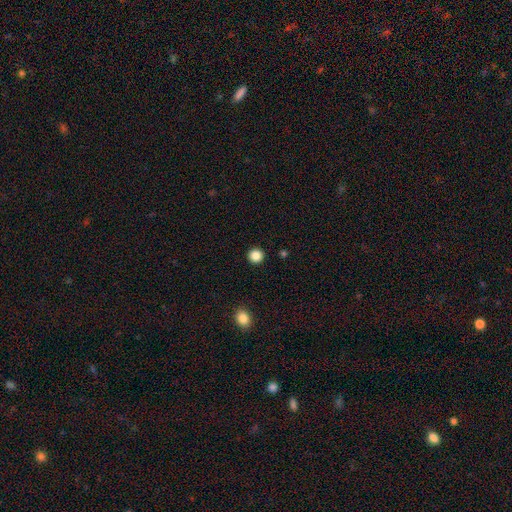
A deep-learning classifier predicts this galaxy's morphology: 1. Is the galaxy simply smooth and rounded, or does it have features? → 86% smooth, 11% star or artifact, 3% featured or disk.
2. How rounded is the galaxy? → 94% round, 5% in between, 1% cigar-shaped.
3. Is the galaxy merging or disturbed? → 93% none, 4% minor disturbance, 2% major disturbance, 1% merger.